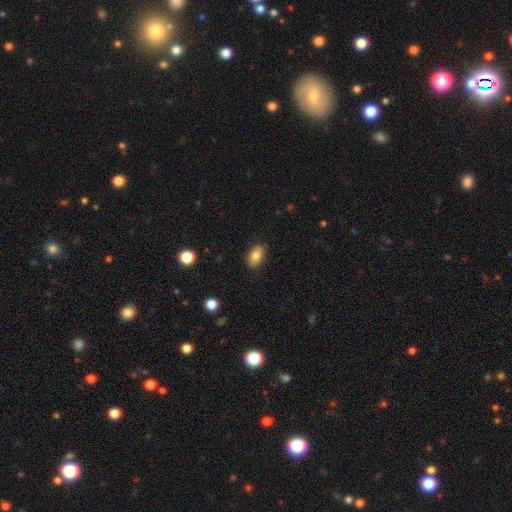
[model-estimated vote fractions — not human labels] Morphology: type=smooth (81%); roundness=in between (90%); merging=none (86%).